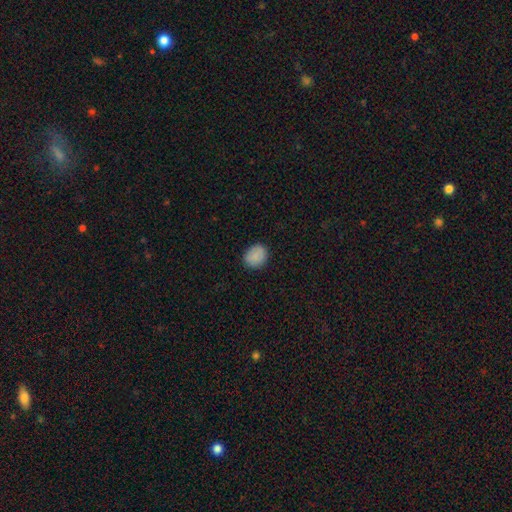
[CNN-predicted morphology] This is clearly a smooth galaxy (88%). How rounded: likely round (61%). Merging: clearly none (86%).